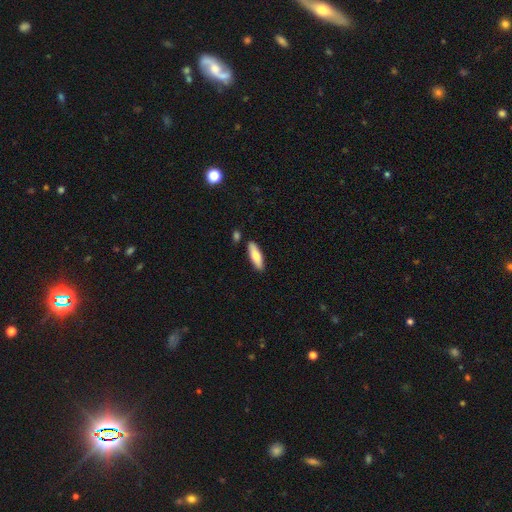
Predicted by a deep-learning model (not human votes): Morphology: type=smooth (74%); roundness=in between (50%); merging=none (85%).